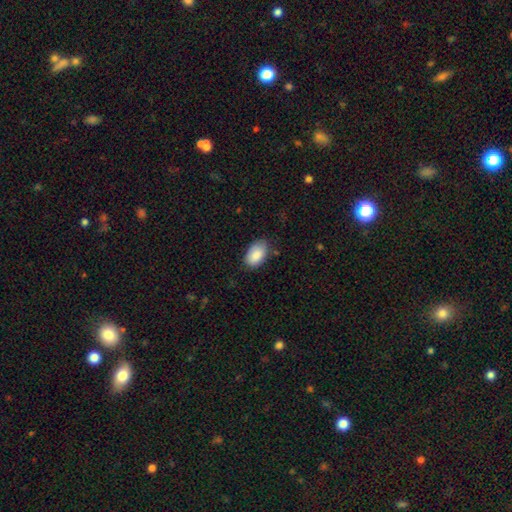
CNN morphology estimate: Smooth or featured?
  - smooth: 87% *
  - star or artifact: 6%
  - featured or disk: 6%
How rounded?
  - in between: 93% *
  - round: 5%
  - cigar-shaped: 1%
Merging?
  - none: 75% *
  - minor disturbance: 20%
  - major disturbance: 3%
  - merger: 1%